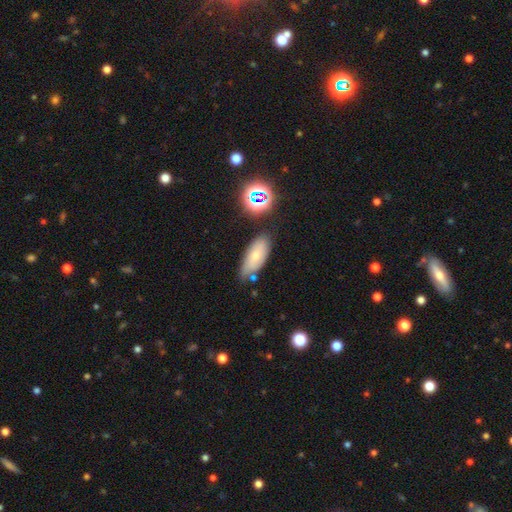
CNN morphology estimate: smooth 64%, featured or disk 24%, star or artifact 12%. Down the decision tree: how rounded — in between (84%); merging — none (62%).